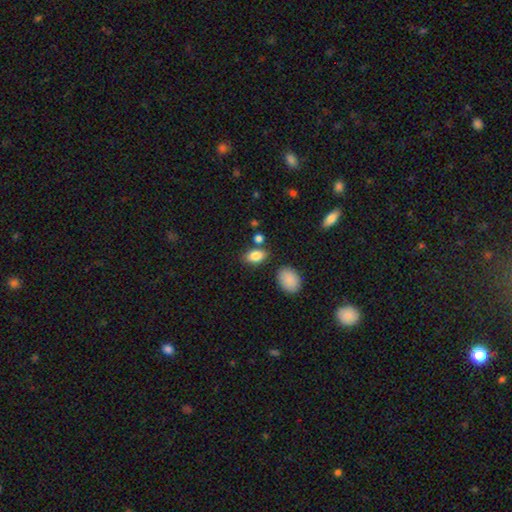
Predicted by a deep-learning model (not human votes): This appears to be a smooth galaxy with no disk features (84%) that is in between round and cigar-shaped (87%). Merging: none (75%).